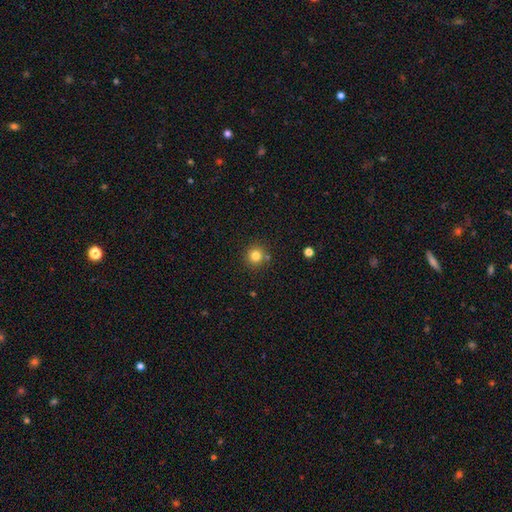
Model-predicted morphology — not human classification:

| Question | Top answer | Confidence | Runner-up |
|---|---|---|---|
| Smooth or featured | smooth | 81% | star or artifact (13%) |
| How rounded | round | 93% | in between (6%) |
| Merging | none | 82% | minor disturbance (8%) |